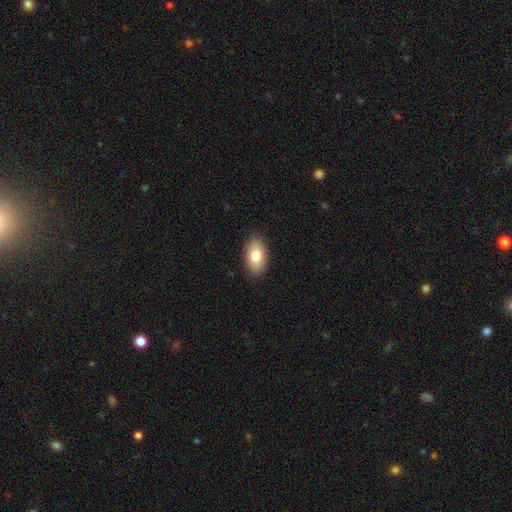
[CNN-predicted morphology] The model was most divided on "smooth or featured": smooth: 80%, featured or disk: 13%, star or artifact: 7%. More confident: how rounded — in between (93%); merging — none (88%).